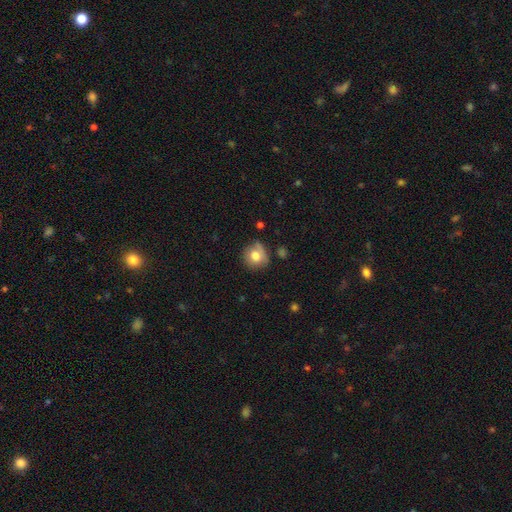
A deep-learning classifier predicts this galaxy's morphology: Smooth or featured? Predicted: smooth (p=0.76). How rounded? Predicted: round (p=0.86). Merging? Predicted: none (p=0.67).